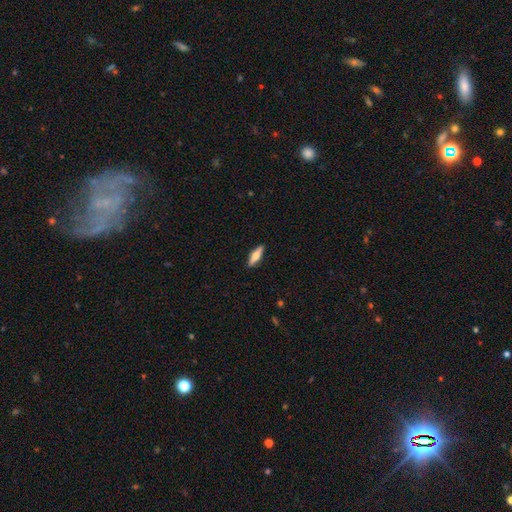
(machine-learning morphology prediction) Overall: smooth (52%; featured or disk 42%). How rounded: cigar-shaped (61%; in between 36%). Merging: none (90%).